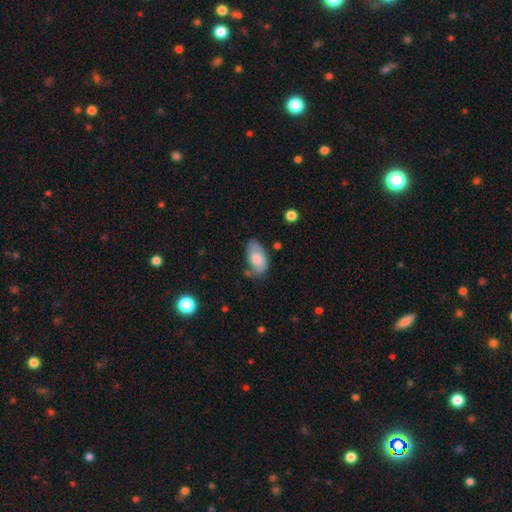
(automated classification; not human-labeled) This is likely a smooth galaxy (69%). How rounded: clearly in between (93%). Merging: likely none (62%).